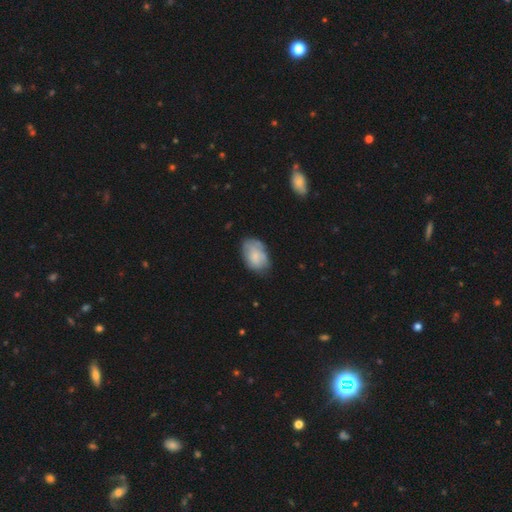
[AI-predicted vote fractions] Overall: smooth (70%). How rounded: in between (88%). Merging: none (61%; minor disturbance 29%).